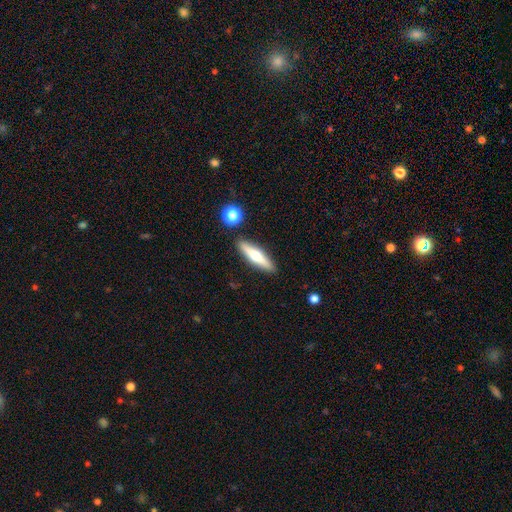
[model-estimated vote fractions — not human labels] A smooth galaxy with no disk features (48%). Merging: none (88%).